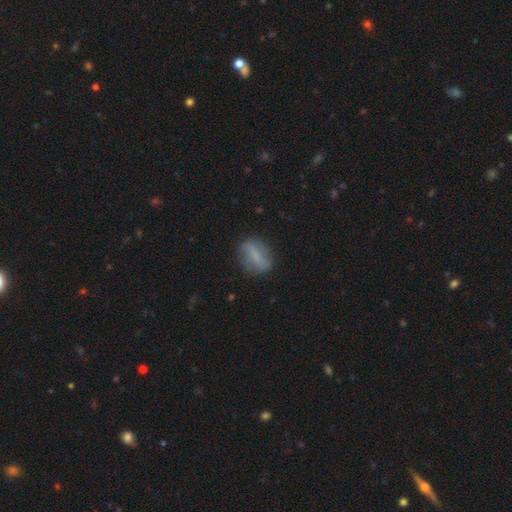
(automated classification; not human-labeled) Smooth or featured? smooth (54%)
How rounded? in between (63%)
Merging? none (75%)